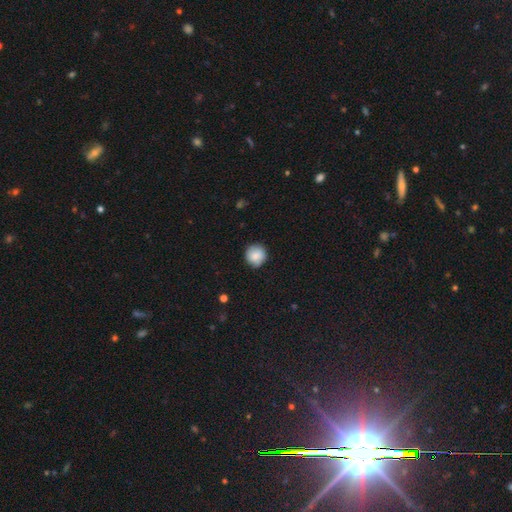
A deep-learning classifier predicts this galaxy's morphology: Q: Smooth or featured?
A: smooth (84%); runner-up: featured or disk (9%)
Q: How rounded?
A: round (92%); runner-up: in between (7%)
Q: Merging?
A: none (84%); runner-up: minor disturbance (13%)